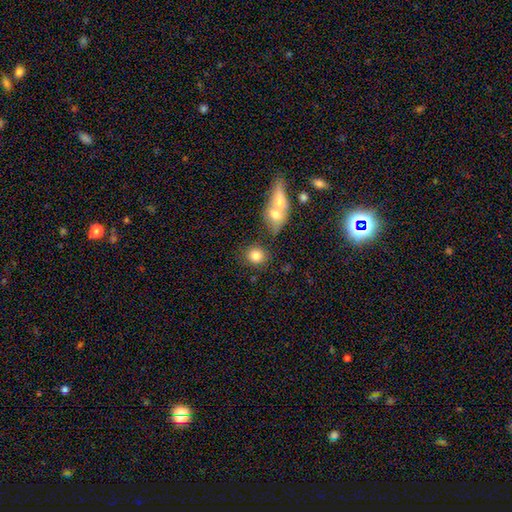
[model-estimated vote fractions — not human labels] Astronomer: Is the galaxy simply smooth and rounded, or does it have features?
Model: smooth — 81%.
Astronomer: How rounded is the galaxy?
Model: round — 81%.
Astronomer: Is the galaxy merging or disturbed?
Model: none — 70%.